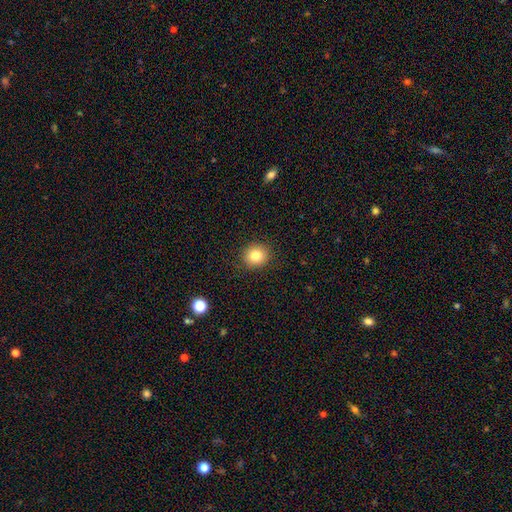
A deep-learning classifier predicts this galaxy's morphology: smooth 82%, star or artifact 11%, featured or disk 7%. Down the decision tree: how rounded — round (86%); merging — none (90%).